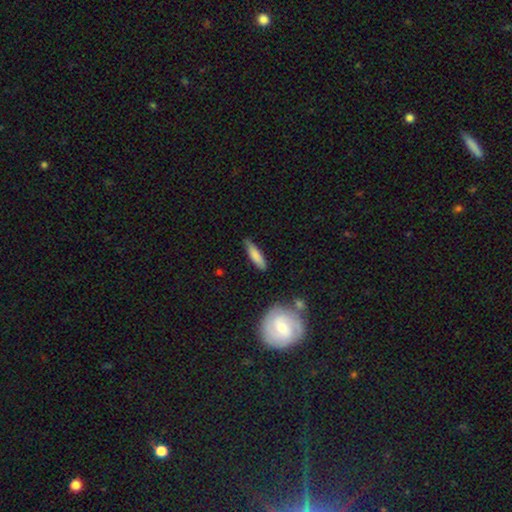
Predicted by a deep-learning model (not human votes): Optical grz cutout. It shows a smooth galaxy with no disk features (78%) that is cigar-shaped (75%). Merging: none (79%).